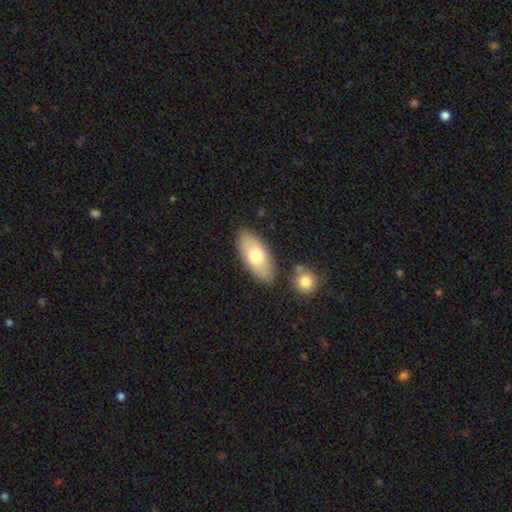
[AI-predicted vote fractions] Q: Smooth or featured?
A: smooth (69%); runner-up: featured or disk (25%)
Q: How rounded?
A: in between (88%); runner-up: cigar-shaped (9%)
Q: Merging?
A: none (82%); runner-up: minor disturbance (11%)